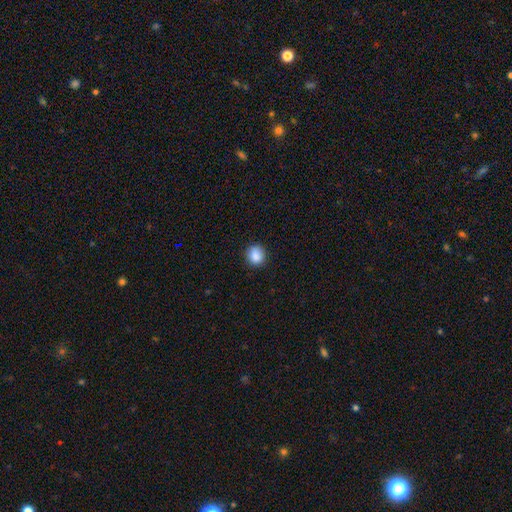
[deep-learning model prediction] smooth 88%, star or artifact 9%, featured or disk 3%. Down the decision tree: how rounded — round (84%); merging — none (86%).